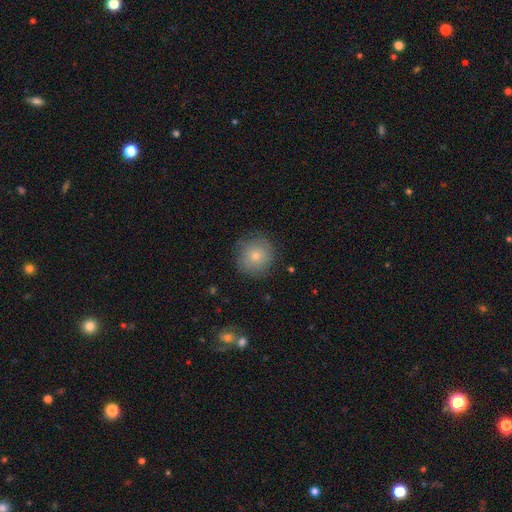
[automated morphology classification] smooth-or-featured: smooth: 68% | featured or disk: 20% | star or artifact: 12%
  how-rounded: round: 93% | in between: 6% | cigar-shaped: 1%
  merging: none: 84% | minor disturbance: 11% | major disturbance: 4% | merger: 1%